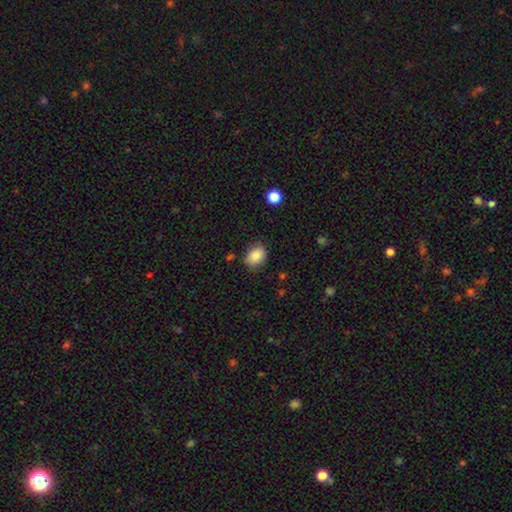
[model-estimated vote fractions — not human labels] smooth_or_featured: smooth (p=0.87) [alt: star or artifact p=0.08]
how_rounded: in between (p=0.68) [alt: round p=0.31]
merging: none (p=0.81) [alt: minor disturbance p=0.14]